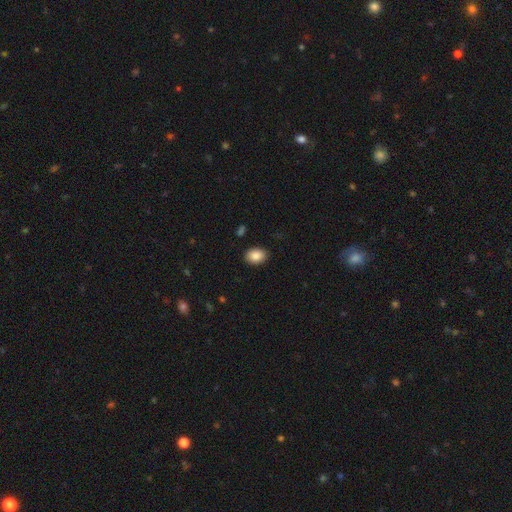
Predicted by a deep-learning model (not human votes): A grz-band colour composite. It shows a smooth galaxy with no disk features (88%) that is in between round and cigar-shaped (81%). Merging: none (89%).